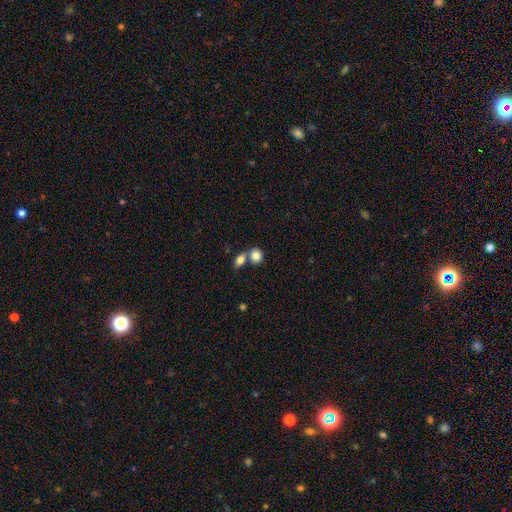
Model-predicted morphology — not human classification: Smooth or featured? smooth (84%)
How rounded? round (65%)
Merging? merger (47%)